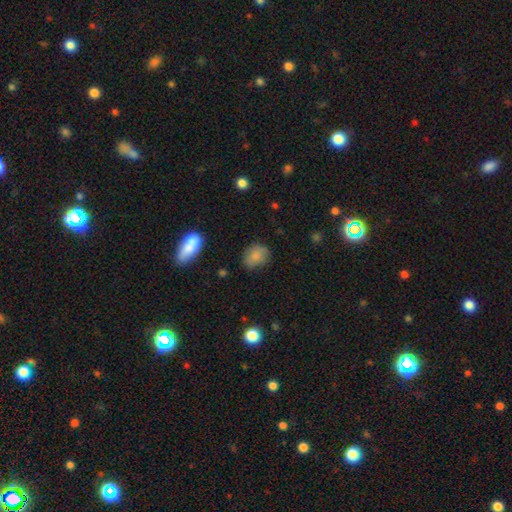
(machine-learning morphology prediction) A smooth galaxy with no disk features (80%) that is round (53%). Merging: none (69%).